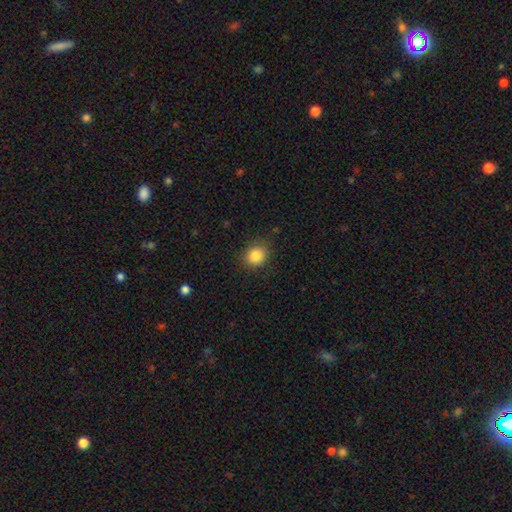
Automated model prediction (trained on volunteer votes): Smooth or featured?
  - smooth: 86% *
  - star or artifact: 10%
  - featured or disk: 5%
How rounded?
  - round: 68% *
  - in between: 32%
  - cigar-shaped: 1%
Merging?
  - none: 83% *
  - minor disturbance: 12%
  - major disturbance: 3%
  - merger: 1%